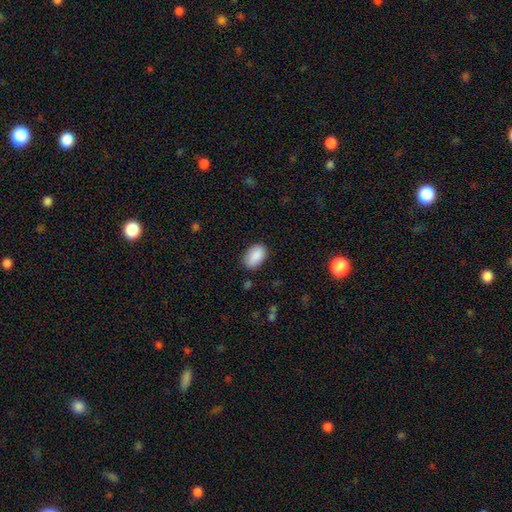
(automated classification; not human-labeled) Overall: smooth (89%). How rounded: in between (91%). Merging: none (80%).